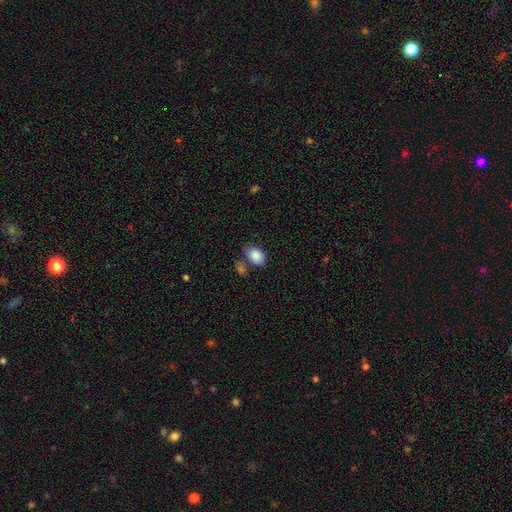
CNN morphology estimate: Smooth or featured? Predicted: smooth (p=0.87). How rounded? Predicted: in between (p=0.87). Merging? Predicted: none (p=0.62).